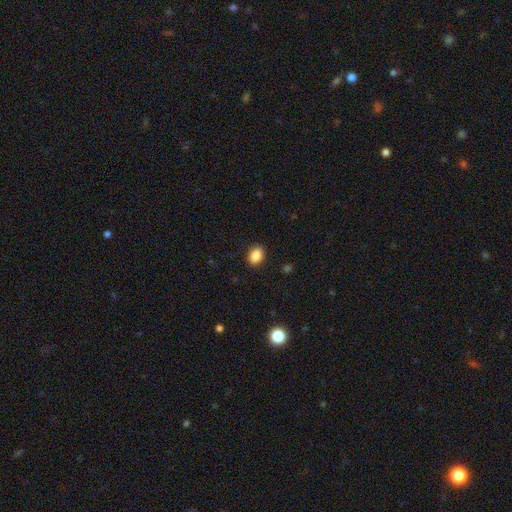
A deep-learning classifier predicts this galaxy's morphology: smooth 87%, star or artifact 8%, featured or disk 4%. Down the decision tree: how rounded — in between (79%); merging — none (89%).